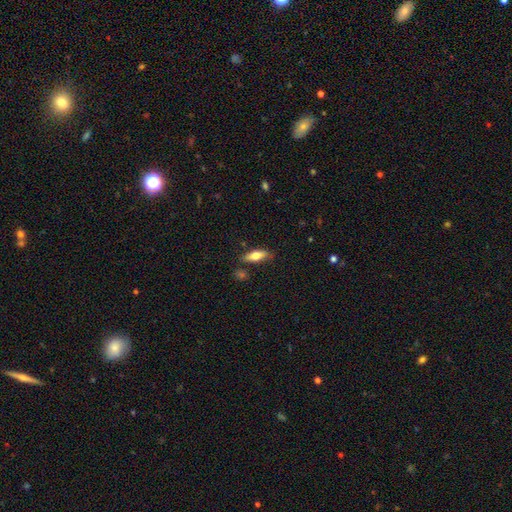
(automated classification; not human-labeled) Smooth or featured? smooth (65%)
How rounded? in between (58%)
Merging? none (79%)